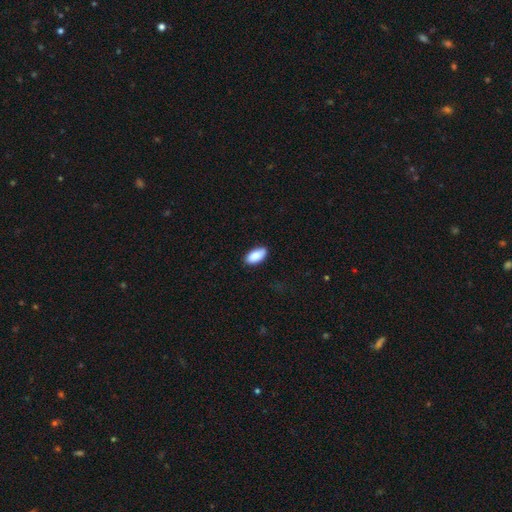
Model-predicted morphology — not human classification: This is clearly a smooth galaxy (90%). How rounded: clearly in between (94%). Merging: clearly none (85%).